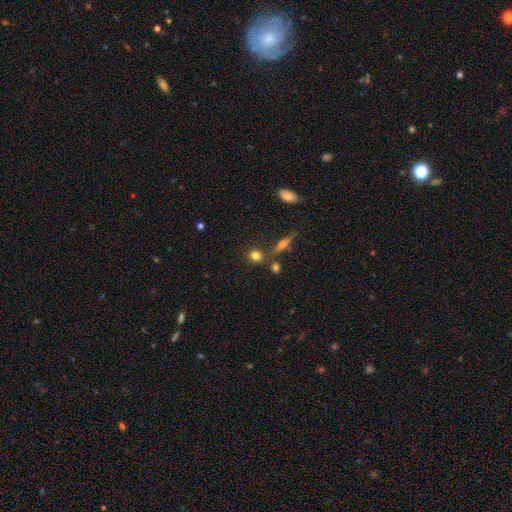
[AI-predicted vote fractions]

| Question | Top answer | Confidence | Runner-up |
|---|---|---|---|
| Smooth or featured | smooth | 78% | star or artifact (12%) |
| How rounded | round | 77% | in between (19%) |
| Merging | none | 72% | merger (15%) |